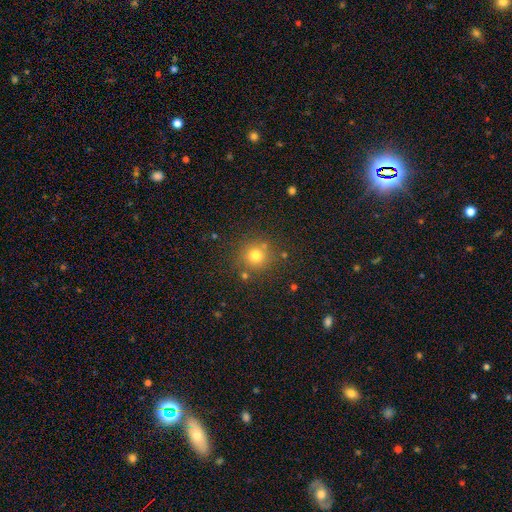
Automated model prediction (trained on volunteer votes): A smooth galaxy with no disk features (74%) that is round (93%). Merging: none (81%).